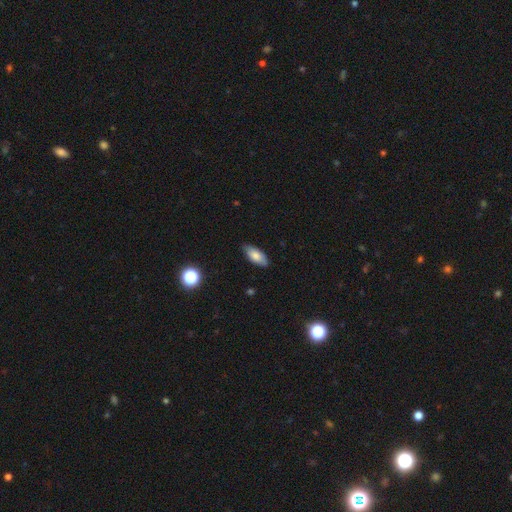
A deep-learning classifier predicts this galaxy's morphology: type=smooth (77%); roundness=in between (84%); merging=none (84%).